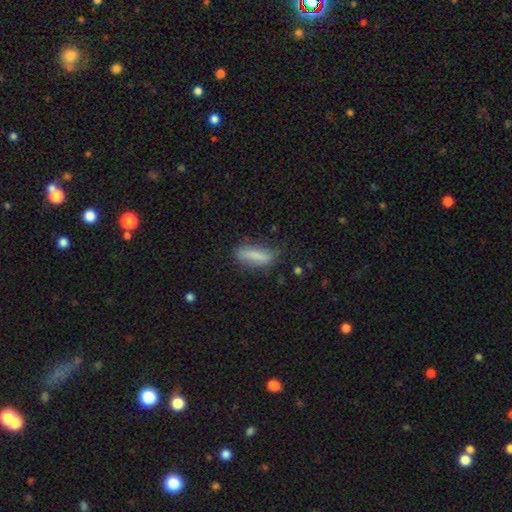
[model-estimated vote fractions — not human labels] Overall: smooth (79%). How rounded: cigar-shaped (50%; in between 47%). Merging: none (74%).